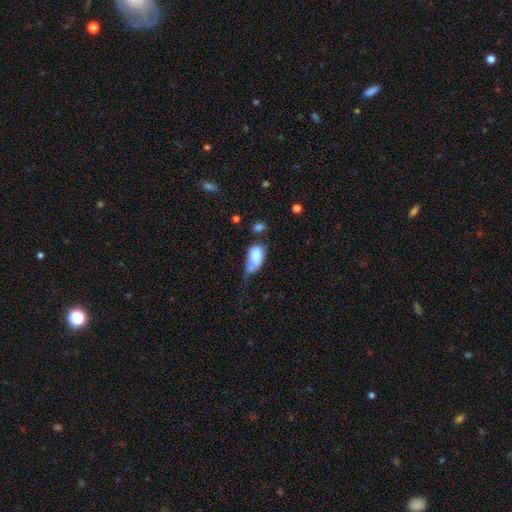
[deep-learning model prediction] Smooth or featured? Predicted: smooth (p=0.75). How rounded? Predicted: in between (p=0.89). Merging? Predicted: major disturbance (p=0.31).